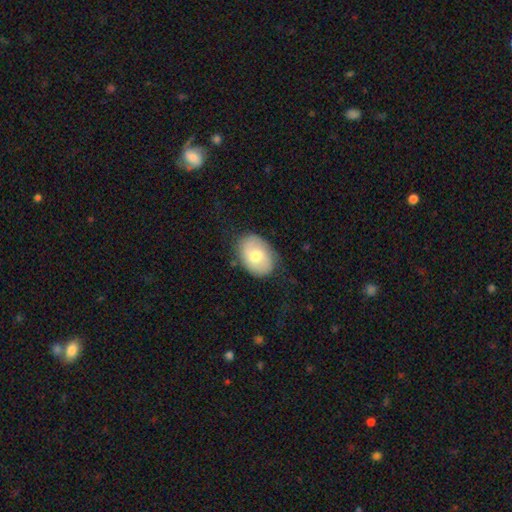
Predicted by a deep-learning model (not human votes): Smooth or featured: smooth — 64% (featured or disk — 30%)
How rounded: in between — 79% (round — 20%)
Merging: none — 77% (minor disturbance — 17%)